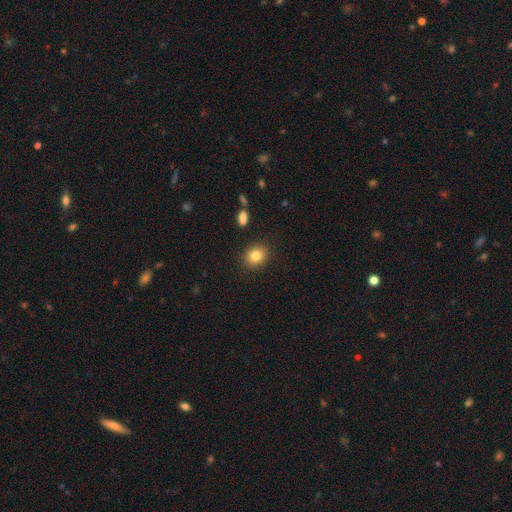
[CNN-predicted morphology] Smooth or featured? Predicted: smooth (p=0.82). How rounded? Predicted: round (p=0.63). Merging? Predicted: none (p=0.89).